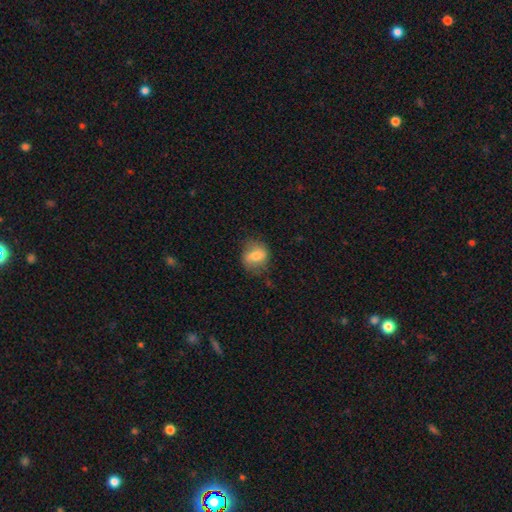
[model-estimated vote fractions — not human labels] smooth_or_featured: smooth (p=0.67) [alt: featured or disk p=0.25]
how_rounded: round (p=0.57) [alt: in between p=0.41]
merging: none (p=0.69) [alt: minor disturbance p=0.22]